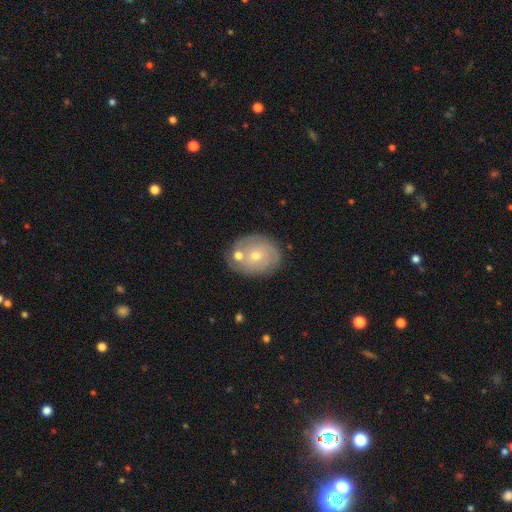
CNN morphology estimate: This is likely a featured or disk galaxy (65%). It is clearly not viewed edge-on (96%). Bar: clearly no (82%). Spiral arm pattern: likely yes (77%). Central bulge: possibly small (56%). Merging: likely none (69%).